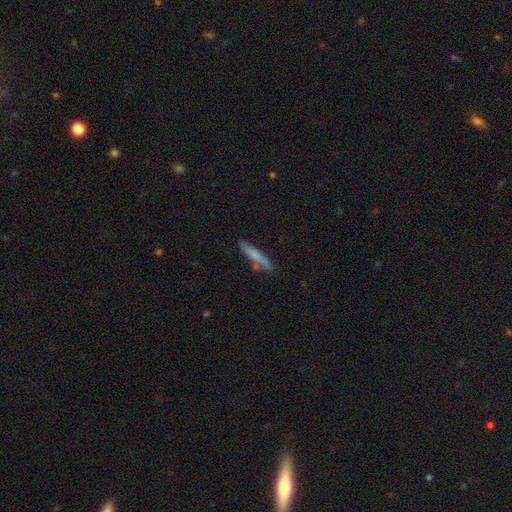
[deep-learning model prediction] Smooth or featured? smooth (61%)
How rounded? cigar-shaped (91%)
Merging? none (76%)